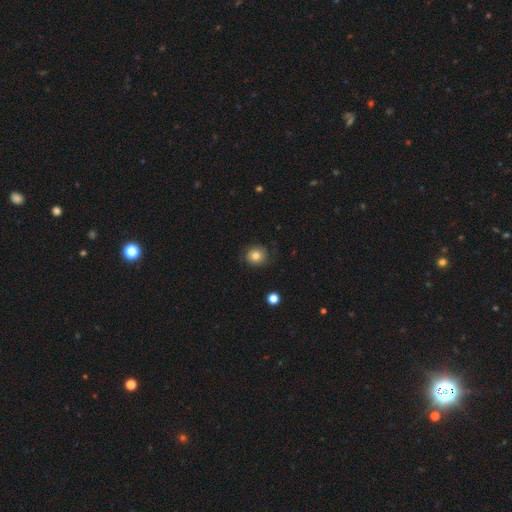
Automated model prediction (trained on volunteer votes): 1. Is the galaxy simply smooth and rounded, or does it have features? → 76% smooth, 14% featured or disk, 11% star or artifact.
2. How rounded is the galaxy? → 85% round, 14% in between, 1% cigar-shaped.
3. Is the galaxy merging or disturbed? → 80% none, 14% minor disturbance, 5% major disturbance, 1% merger.